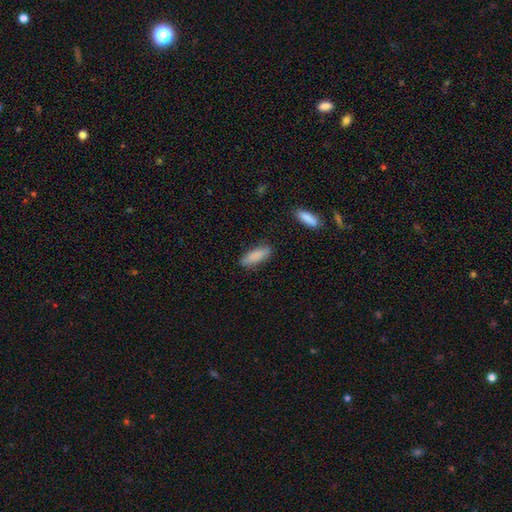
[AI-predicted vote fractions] Smooth or featured? smooth (86%)
How rounded? in between (56%)
Merging? none (82%)